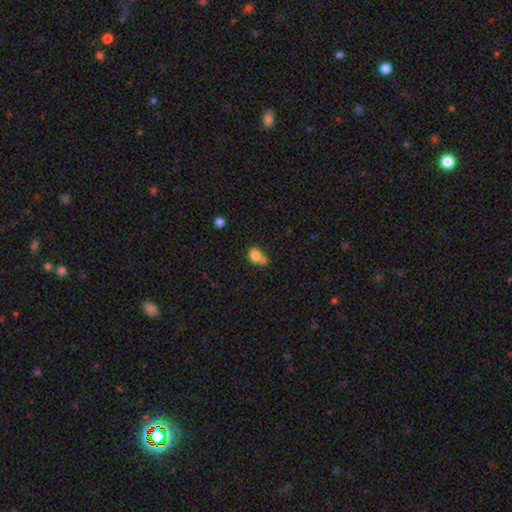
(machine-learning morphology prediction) smooth-or-featured: smooth: 79% | star or artifact: 10% | featured or disk: 10%
  how-rounded: in between: 68% | round: 31% | cigar-shaped: 2%
  merging: merger: 41% | none: 37% | minor disturbance: 16% | major disturbance: 6%